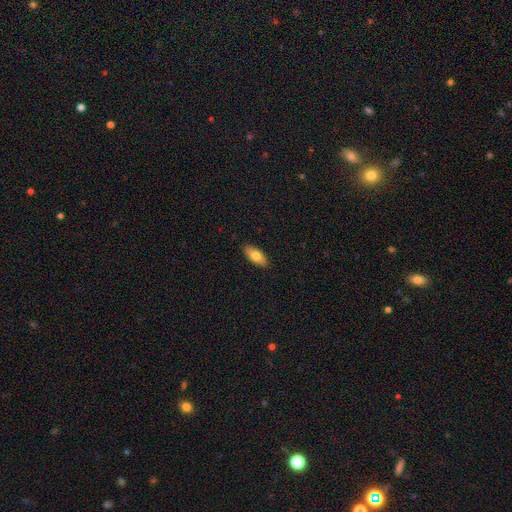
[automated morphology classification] Overall: smooth (77%). How rounded: in between (85%). Merging: none (89%).